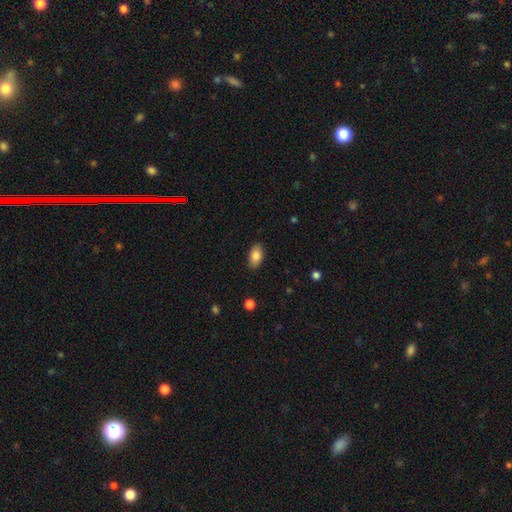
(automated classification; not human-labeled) This appears to be a smooth galaxy with no disk features (85%) that is in between round and cigar-shaped (92%). Merging: none (86%).